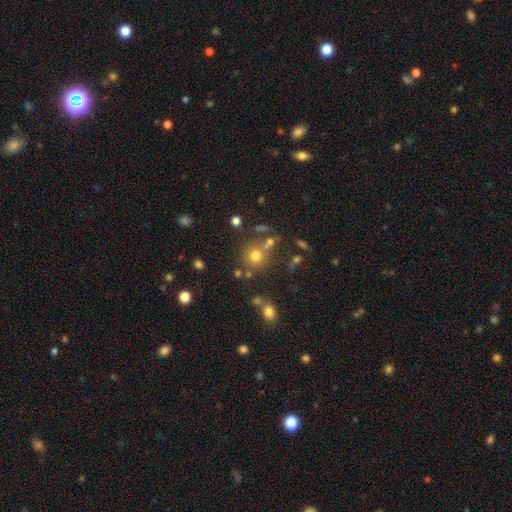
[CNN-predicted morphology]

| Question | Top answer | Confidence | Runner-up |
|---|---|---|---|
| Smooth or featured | smooth | 70% | star or artifact (19%) |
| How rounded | round | 90% | in between (9%) |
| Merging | none | 70% | merger (15%) |